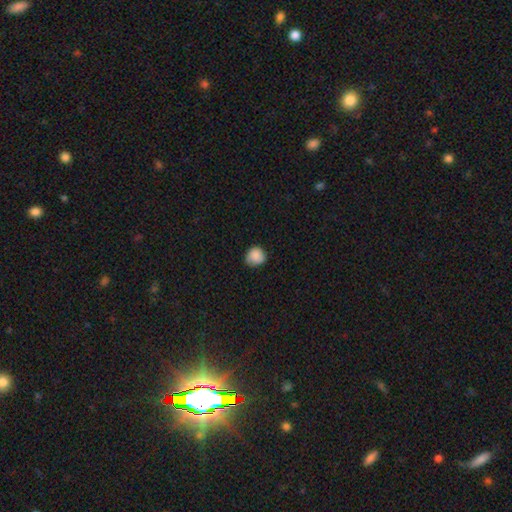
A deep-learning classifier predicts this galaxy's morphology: Q: Smooth or featured?
A: smooth (87%); runner-up: star or artifact (8%)
Q: How rounded?
A: round (86%); runner-up: in between (13%)
Q: Merging?
A: none (74%); runner-up: minor disturbance (21%)